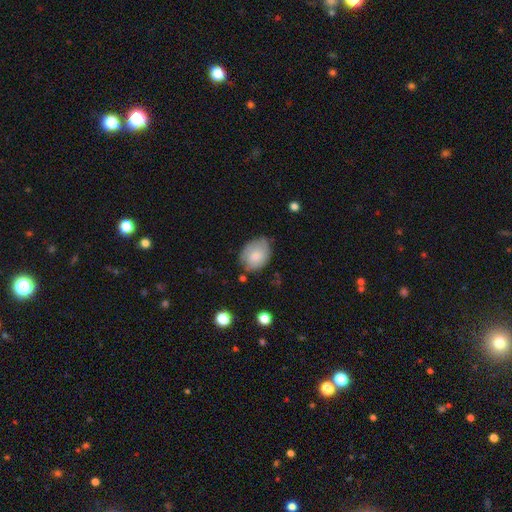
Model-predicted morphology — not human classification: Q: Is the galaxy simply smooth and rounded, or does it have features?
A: smooth — 75%.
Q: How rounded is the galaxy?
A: in between — 73%.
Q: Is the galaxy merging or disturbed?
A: none — 62%.